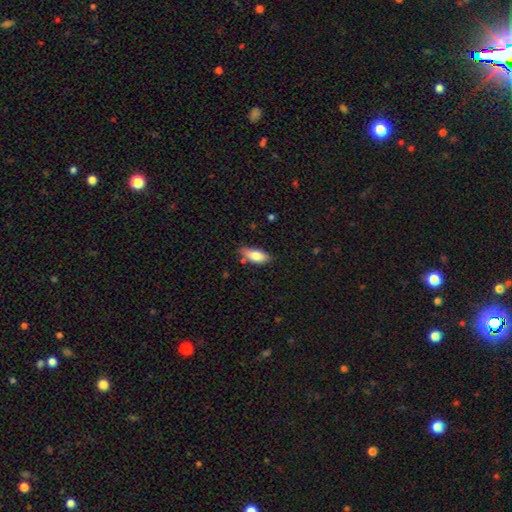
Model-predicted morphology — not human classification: Smooth or featured? Predicted: smooth (p=0.81). How rounded? Predicted: in between (p=0.81). Merging? Predicted: none (p=0.73).